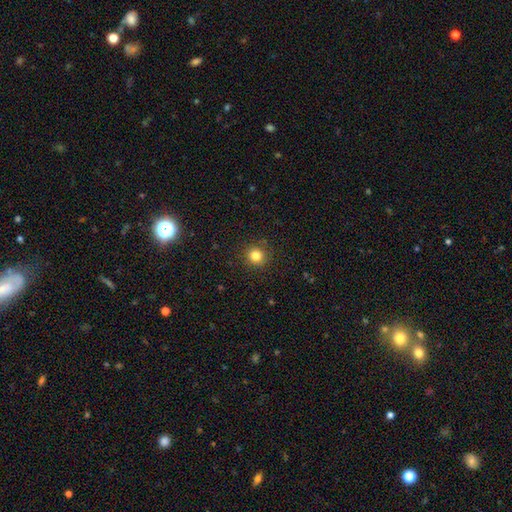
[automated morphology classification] A smooth galaxy with no disk features (82%) that is round (92%).

Vote fractions:
- Smooth or featured? smooth: 82% / star or artifact: 13% / featured or disk: 5%
- How rounded? round: 92% / in between: 7% / cigar-shaped: 1%
- Merging? none: 91% / minor disturbance: 6% / major disturbance: 2% / merger: 1%